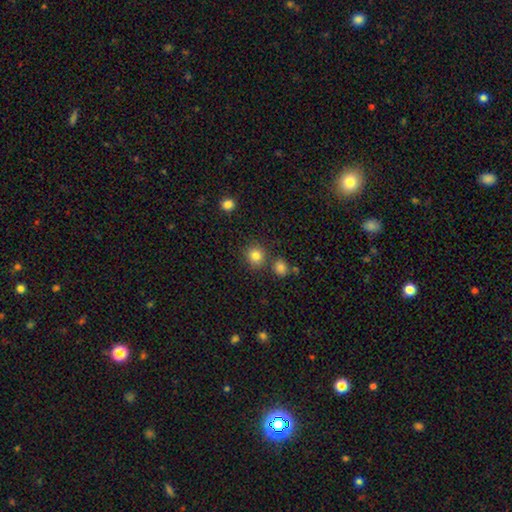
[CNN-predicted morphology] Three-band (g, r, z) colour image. It shows a smooth galaxy with no disk features (83%) that is round (89%). Merging: none (80%).